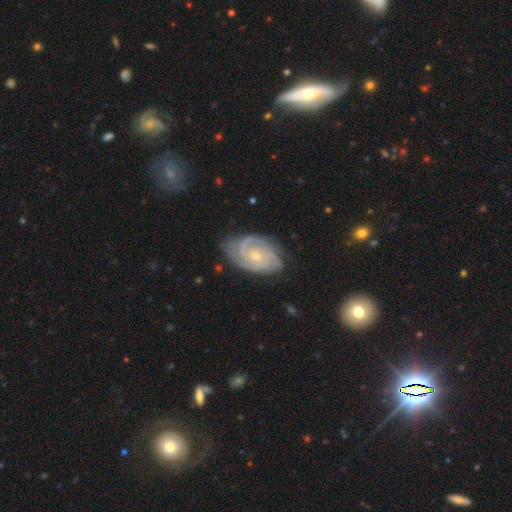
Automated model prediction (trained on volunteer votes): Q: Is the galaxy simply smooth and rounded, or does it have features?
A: featured or disk — 89%.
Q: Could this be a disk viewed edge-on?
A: no — 97%.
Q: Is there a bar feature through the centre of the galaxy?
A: no — 71%.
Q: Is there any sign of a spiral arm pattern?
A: yes — 98%.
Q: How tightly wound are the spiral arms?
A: tight — 71%.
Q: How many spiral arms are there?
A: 3 — 38%.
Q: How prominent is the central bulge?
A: small — 70%.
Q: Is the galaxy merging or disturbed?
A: none — 75%.